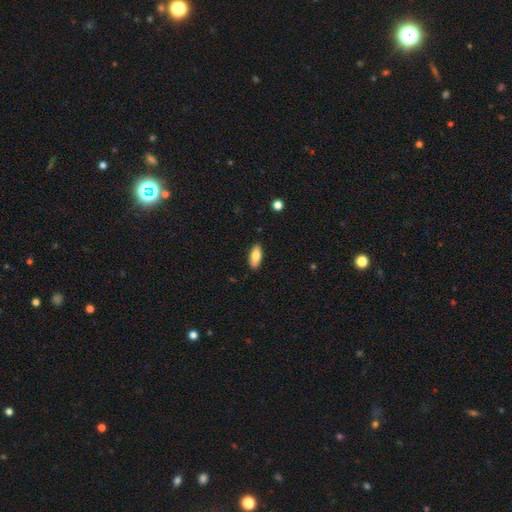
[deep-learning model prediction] Smooth or featured? Predicted: smooth (p=0.81). How rounded? Predicted: in between (p=0.83). Merging? Predicted: none (p=0.87).